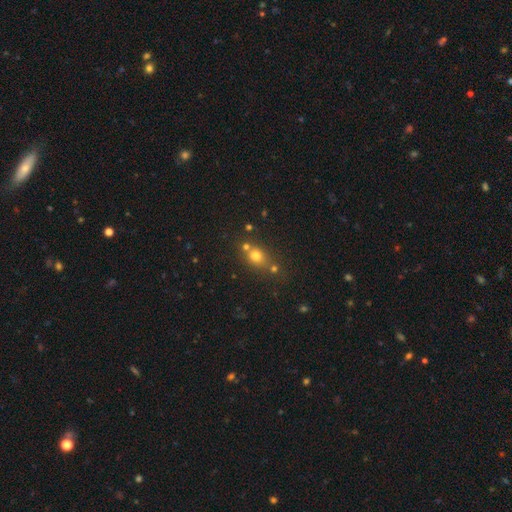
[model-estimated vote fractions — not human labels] This is likely a smooth galaxy (71%). How rounded: likely round (62%). Merging: possibly none (55%).